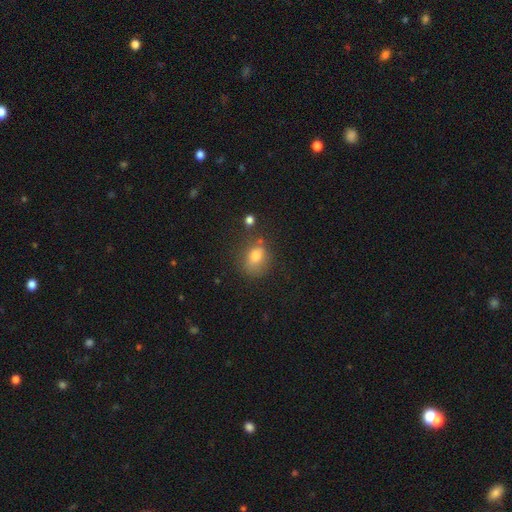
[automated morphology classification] This is likely a smooth galaxy (75%). How rounded: likely in between (63%). Merging: possibly none (53%).